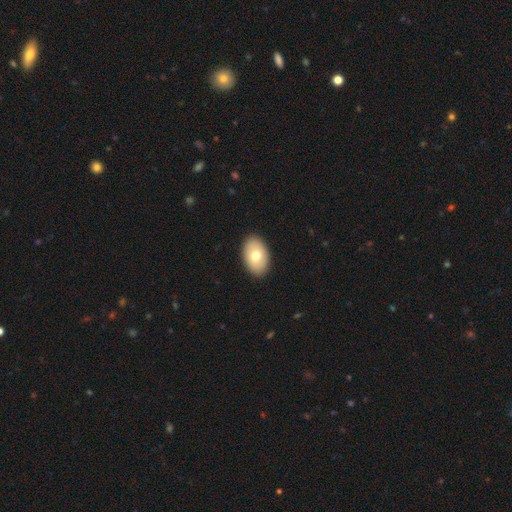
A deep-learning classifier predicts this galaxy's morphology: The model was most divided on "smooth or featured": smooth: 73%, featured or disk: 21%, star or artifact: 7%. More confident: how rounded — in between (91%); merging — none (90%).